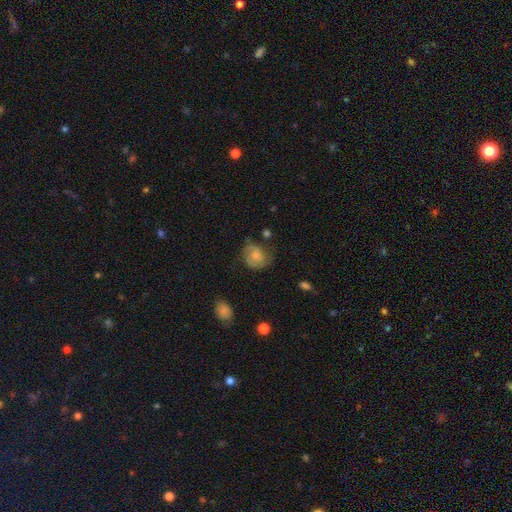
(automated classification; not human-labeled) This appears to be a smooth galaxy with no disk features (48%). Merging: none (58%).